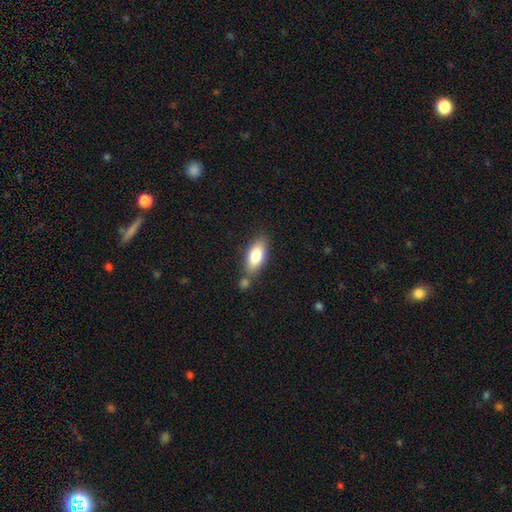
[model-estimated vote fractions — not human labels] smooth-or-featured: smooth: 78% | featured or disk: 16% | star or artifact: 6%
  how-rounded: in between: 83% | cigar-shaped: 14% | round: 3%
  merging: none: 67% | merger: 15% | minor disturbance: 15% | major disturbance: 4%